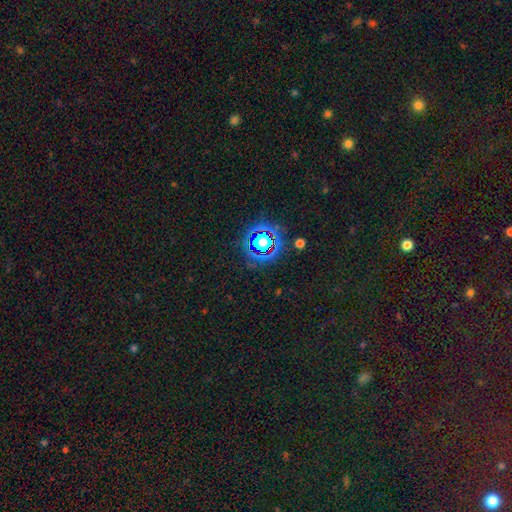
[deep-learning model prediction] This is likely a star or artifact rather than a galaxy (80%).